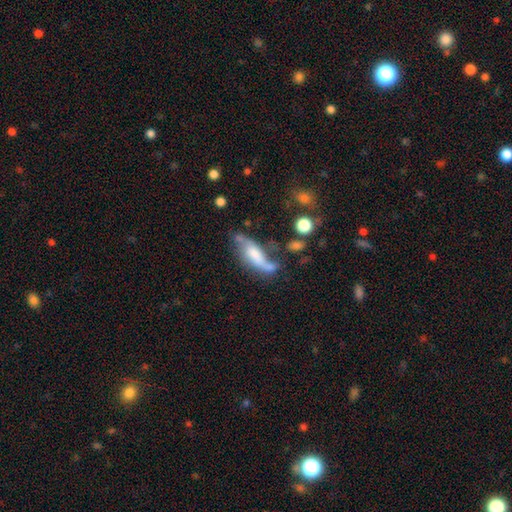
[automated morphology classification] Overall: featured or disk (47%; smooth 45%). Merging: none (35%; minor disturbance 24%).